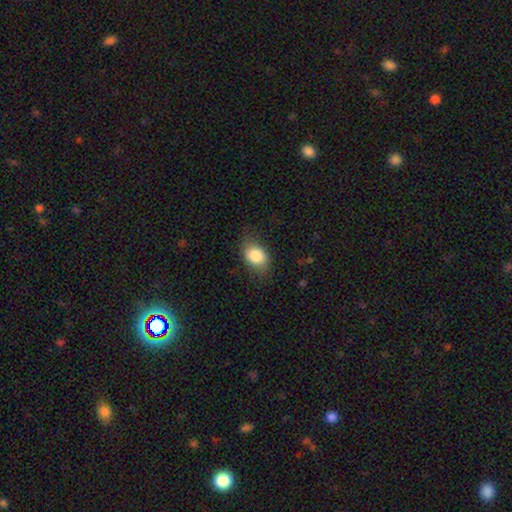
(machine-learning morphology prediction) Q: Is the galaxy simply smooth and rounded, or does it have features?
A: smooth — 85%.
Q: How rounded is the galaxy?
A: in between — 75%.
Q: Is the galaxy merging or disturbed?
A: none — 73%.